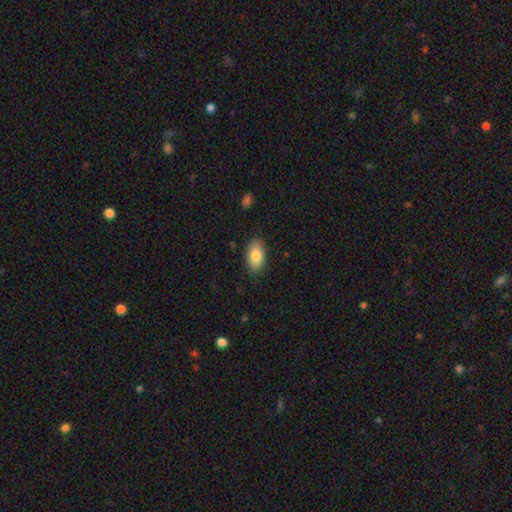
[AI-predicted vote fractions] This is clearly a smooth galaxy (84%). How rounded: clearly in between (93%). Merging: clearly none (85%).